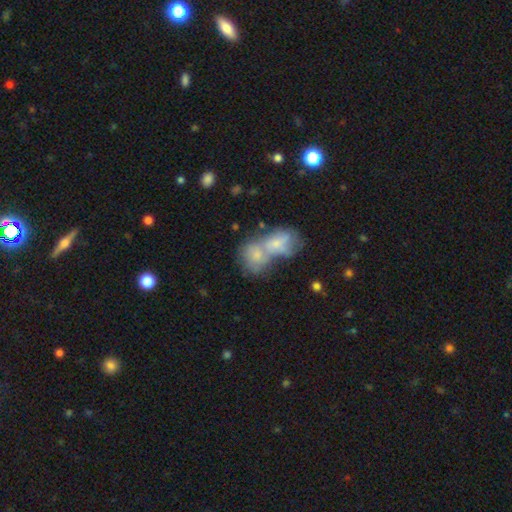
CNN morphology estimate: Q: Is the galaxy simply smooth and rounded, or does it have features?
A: smooth — 60%.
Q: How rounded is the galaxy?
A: in between — 53%.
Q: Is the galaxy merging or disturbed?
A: merger — 73%.